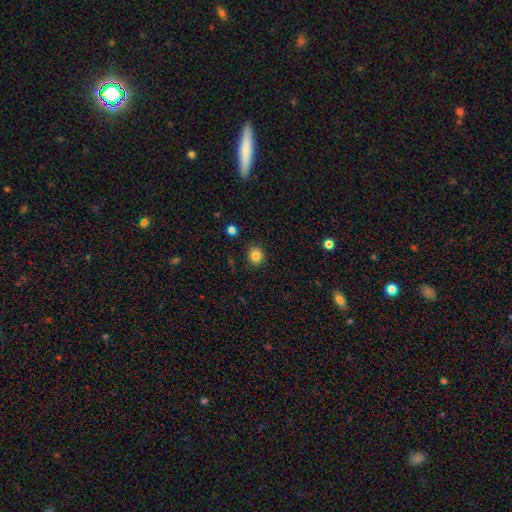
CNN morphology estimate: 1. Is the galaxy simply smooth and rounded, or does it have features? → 83% smooth, 11% star or artifact, 6% featured or disk.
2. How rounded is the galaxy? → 81% round, 18% in between, 1% cigar-shaped.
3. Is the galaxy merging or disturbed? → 88% none, 8% minor disturbance, 2% major disturbance, 2% merger.